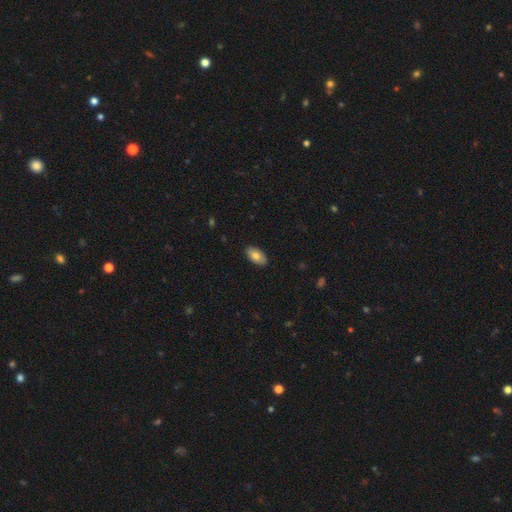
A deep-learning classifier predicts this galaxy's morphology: Overall: smooth (77%). How rounded: in between (94%). Merging: none (88%).